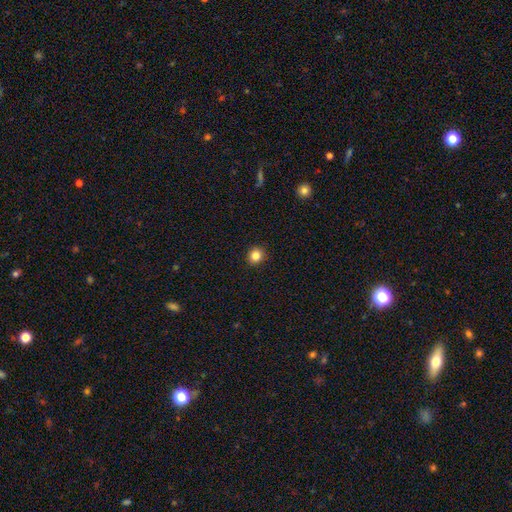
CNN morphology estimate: Smooth or featured: smooth — 84% (star or artifact — 12%)
How rounded: round — 85% (in between — 14%)
Merging: none — 92% (minor disturbance — 5%)